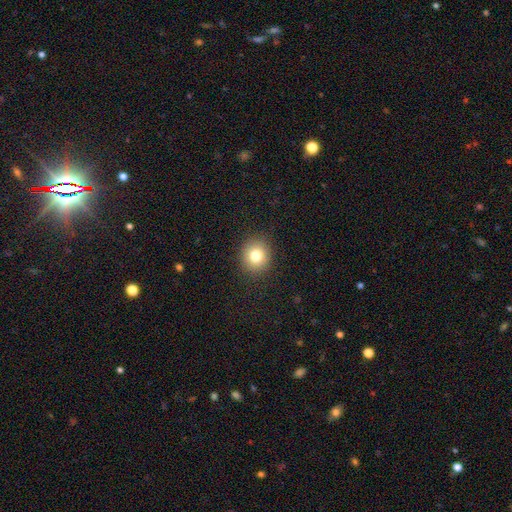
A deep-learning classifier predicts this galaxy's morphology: Overall: smooth (79%). How rounded: round (82%). Merging: none (90%).